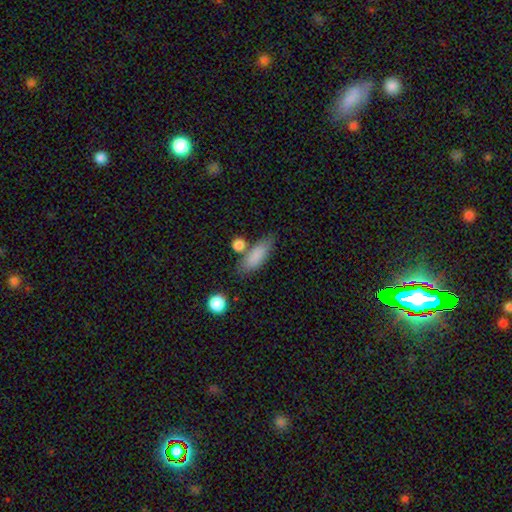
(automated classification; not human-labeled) Smooth or featured: smooth — 84% (featured or disk — 9%)
How rounded: in between — 65% (cigar-shaped — 30%)
Merging: none — 65% (minor disturbance — 16%)